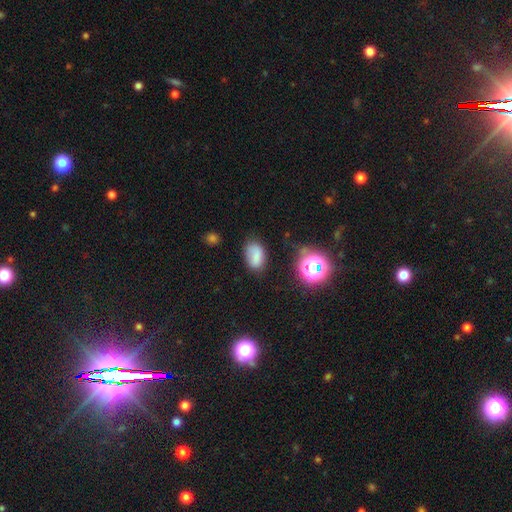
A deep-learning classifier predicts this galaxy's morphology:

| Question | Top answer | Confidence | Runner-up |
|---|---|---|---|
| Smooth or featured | smooth | 76% | star or artifact (15%) |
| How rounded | in between | 87% | round (11%) |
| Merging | none | 68% | minor disturbance (22%) |